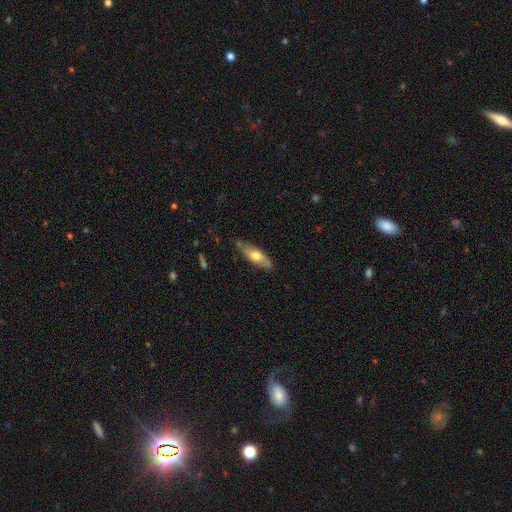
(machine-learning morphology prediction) smooth_or_featured: smooth (p=0.54) [alt: featured or disk p=0.40]
how_rounded: in between (p=0.58) [alt: cigar-shaped p=0.39]
merging: none (p=0.73) [alt: minor disturbance p=0.21]